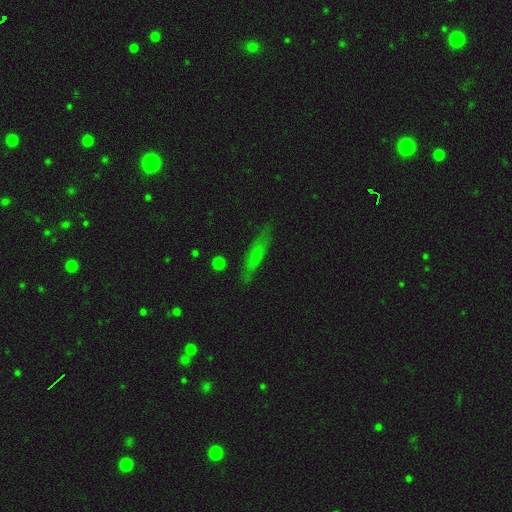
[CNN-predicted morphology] The model was most divided on "smooth or featured": smooth: 59%, featured or disk: 30%, star or artifact: 11%. More confident: how rounded — cigar-shaped (82%); merging — none (80%).